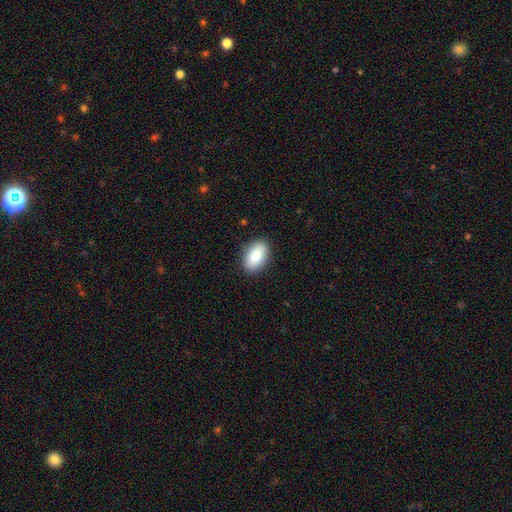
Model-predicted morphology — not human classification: smooth 84%, featured or disk 10%, star or artifact 7%. Down the decision tree: how rounded — in between (91%); merging — none (88%).